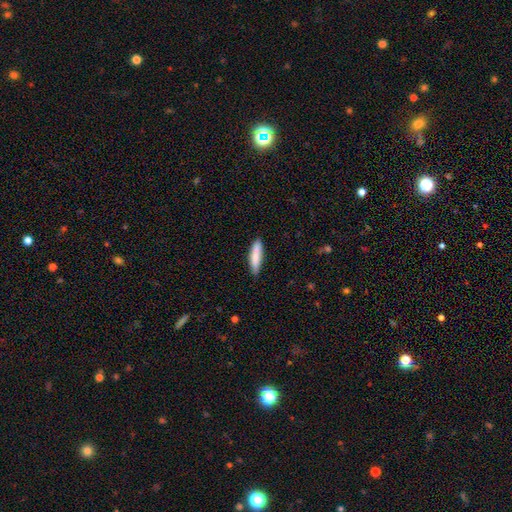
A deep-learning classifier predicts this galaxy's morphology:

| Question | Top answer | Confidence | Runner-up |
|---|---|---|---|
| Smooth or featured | smooth | 84% | featured or disk (10%) |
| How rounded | cigar-shaped | 77% | in between (21%) |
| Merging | none | 83% | minor disturbance (13%) |